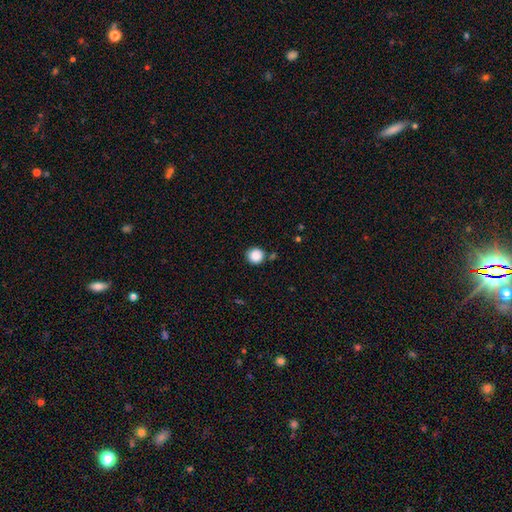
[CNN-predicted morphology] Overall: smooth (88%). How rounded: round (95%). Merging: none (85%).